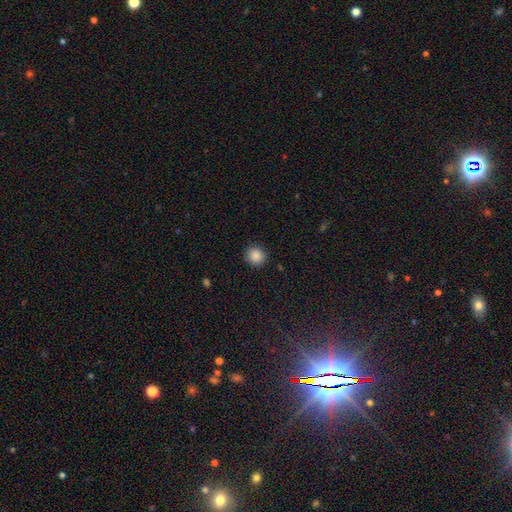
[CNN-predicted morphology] Overall: smooth (87%). How rounded: round (90%). Merging: none (90%).